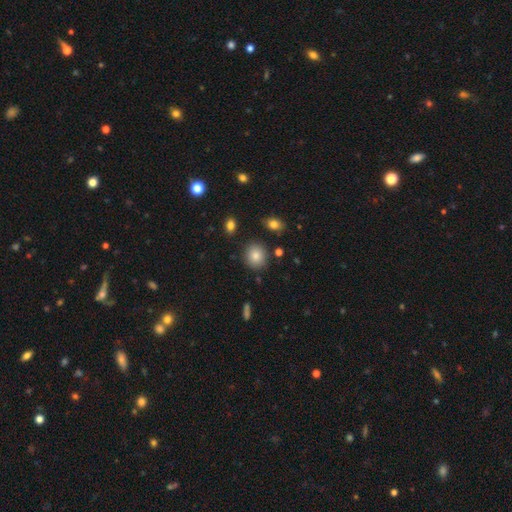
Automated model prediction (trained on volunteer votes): Smooth or featured? Predicted: smooth (p=0.84). How rounded? Predicted: round (p=0.78). Merging? Predicted: none (p=0.87).